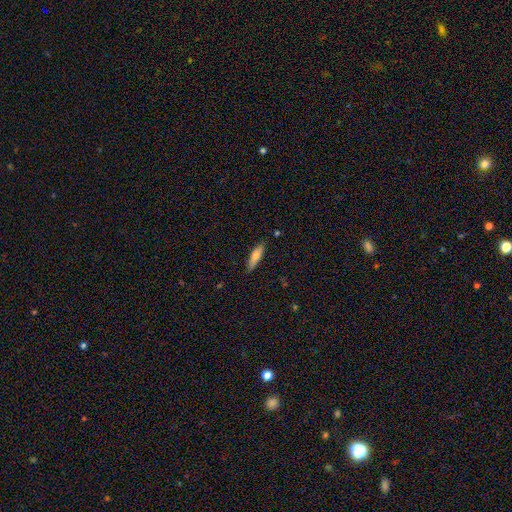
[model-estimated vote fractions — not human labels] smooth_or_featured: smooth (p=0.64) [alt: featured or disk p=0.29]
how_rounded: cigar-shaped (p=0.65) [alt: in between p=0.33]
merging: none (p=0.84) [alt: minor disturbance p=0.12]